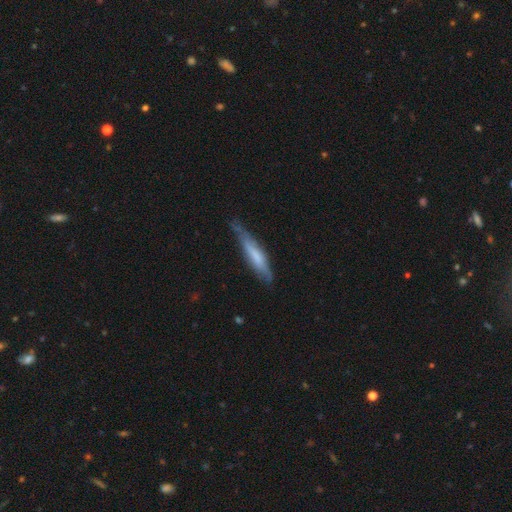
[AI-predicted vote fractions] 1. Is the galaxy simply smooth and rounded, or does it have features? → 51% smooth, 43% featured or disk, 6% star or artifact.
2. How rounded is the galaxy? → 85% cigar-shaped, 14% in between, 1% round.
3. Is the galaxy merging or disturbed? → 56% none, 33% minor disturbance, 9% major disturbance, 3% merger.